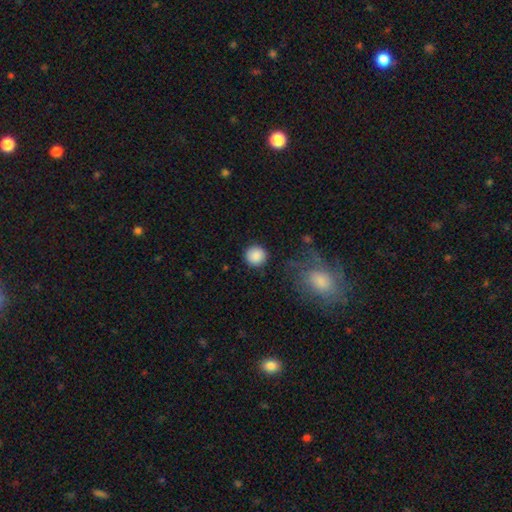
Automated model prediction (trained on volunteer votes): Smooth or featured? Predicted: smooth (p=0.88). How rounded? Predicted: round (p=0.94). Merging? Predicted: none (p=0.88).